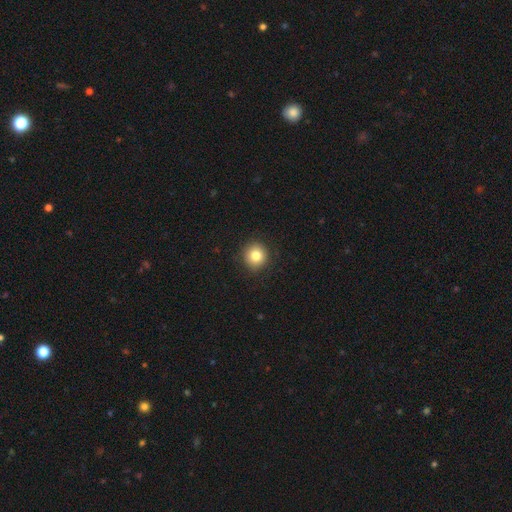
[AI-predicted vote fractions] Smooth or featured?
  - smooth: 82% *
  - star or artifact: 10%
  - featured or disk: 7%
How rounded?
  - round: 93% *
  - in between: 6%
  - cigar-shaped: 1%
Merging?
  - none: 91% *
  - minor disturbance: 6%
  - major disturbance: 2%
  - merger: 1%